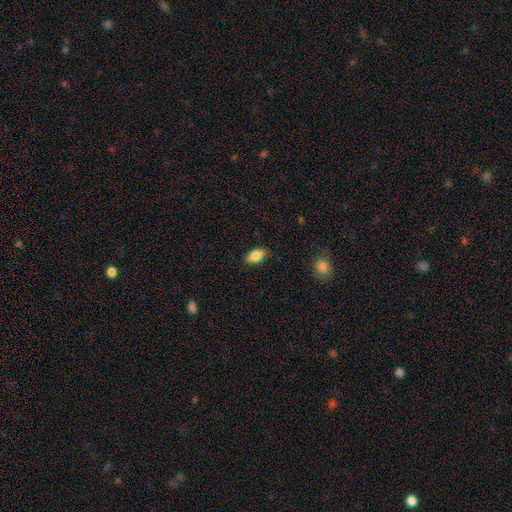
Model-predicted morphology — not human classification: smooth_or_featured: smooth (p=0.83) [alt: featured or disk p=0.10]
how_rounded: in between (p=0.89) [alt: cigar-shaped p=0.07]
merging: none (p=0.86) [alt: minor disturbance p=0.11]